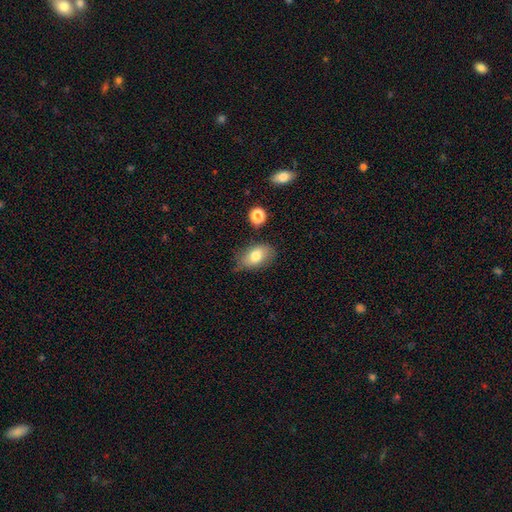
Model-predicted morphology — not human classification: smooth 77%, featured or disk 15%, star or artifact 8%. Down the decision tree: how rounded — in between (88%); merging — none (71%).